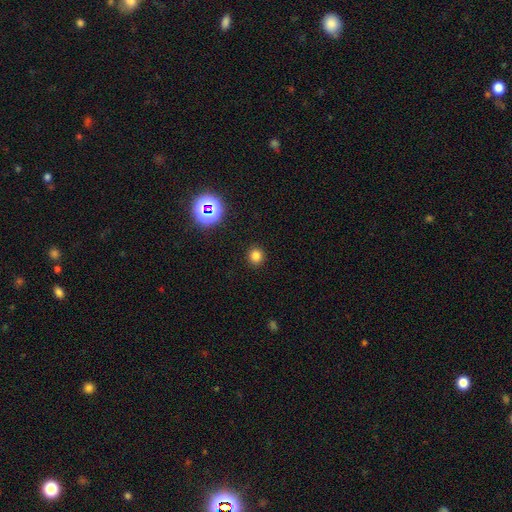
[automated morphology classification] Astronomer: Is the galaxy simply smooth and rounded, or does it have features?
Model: smooth — 79%.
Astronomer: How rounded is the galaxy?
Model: round — 87%.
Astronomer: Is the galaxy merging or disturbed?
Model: none — 91%.